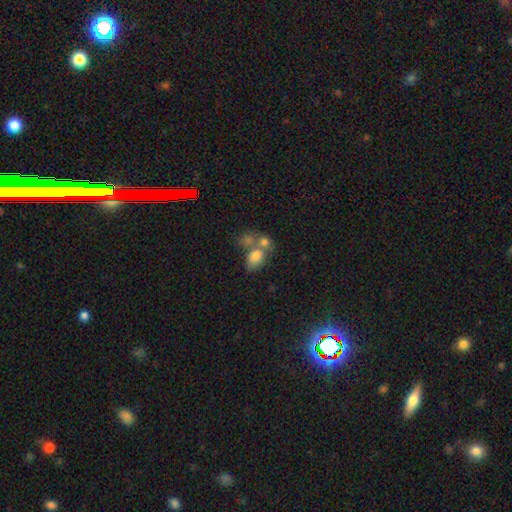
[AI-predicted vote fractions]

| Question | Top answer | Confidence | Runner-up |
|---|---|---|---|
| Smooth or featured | smooth | 74% | featured or disk (15%) |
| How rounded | in between | 73% | round (25%) |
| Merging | merger | 56% | none (26%) |